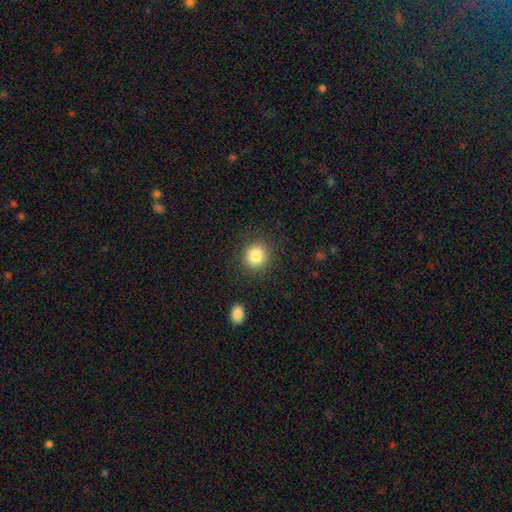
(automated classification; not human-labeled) smooth 84%, star or artifact 10%, featured or disk 6%. Down the decision tree: how rounded — round (85%); merging — none (87%).